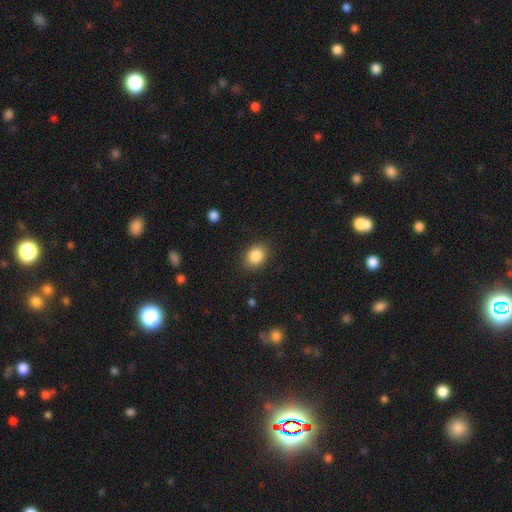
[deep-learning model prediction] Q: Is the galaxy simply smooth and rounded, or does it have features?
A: smooth — 86%.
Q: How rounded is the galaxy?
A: in between — 51%.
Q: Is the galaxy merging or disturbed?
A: none — 85%.